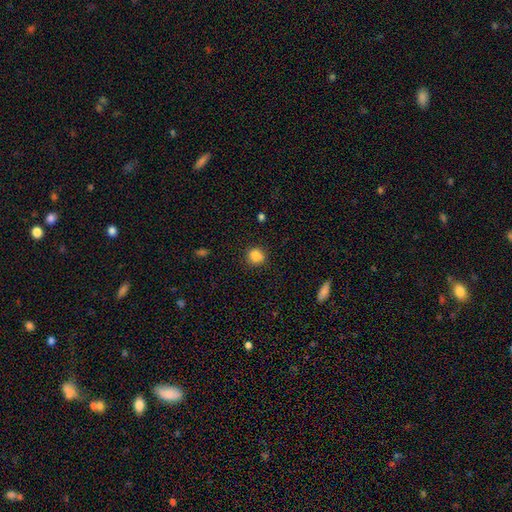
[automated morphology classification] Q: Smooth or featured?
A: smooth (86%); runner-up: star or artifact (10%)
Q: How rounded?
A: round (81%); runner-up: in between (18%)
Q: Merging?
A: none (81%); runner-up: minor disturbance (13%)